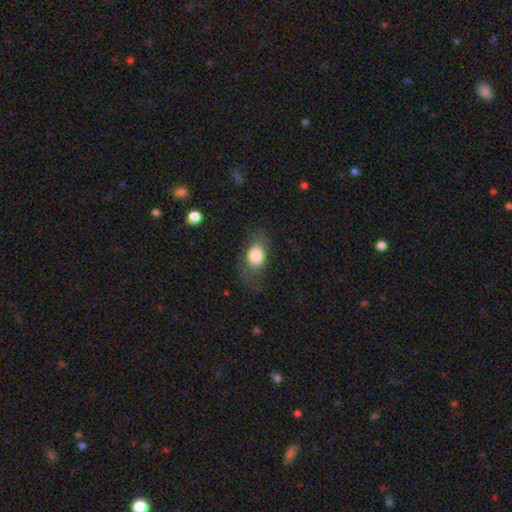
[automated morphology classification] Smooth or featured?
  - smooth: 76% *
  - featured or disk: 16%
  - star or artifact: 8%
How rounded?
  - in between: 69% *
  - round: 29%
  - cigar-shaped: 2%
Merging?
  - none: 64% *
  - minor disturbance: 20%
  - major disturbance: 14%
  - merger: 1%